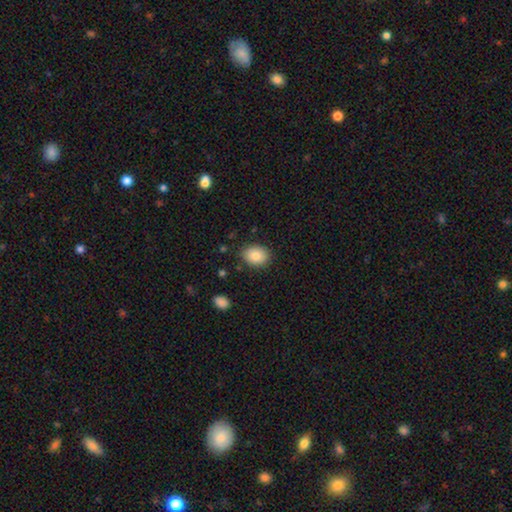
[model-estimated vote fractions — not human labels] Morphology: type=smooth (85%); roundness=in between (64%); merging=none (85%).